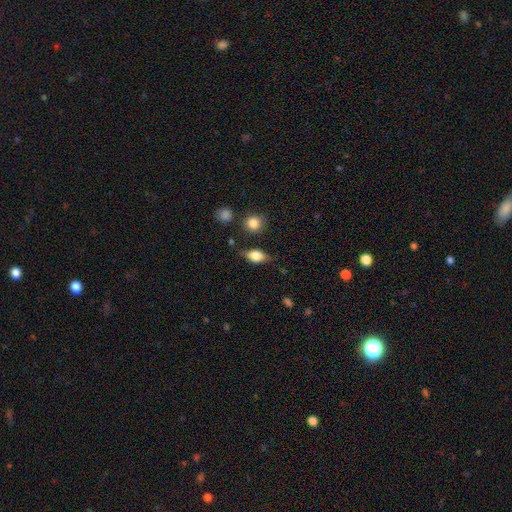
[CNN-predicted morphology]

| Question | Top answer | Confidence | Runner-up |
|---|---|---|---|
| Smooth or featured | smooth | 62% | featured or disk (29%) |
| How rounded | in between | 71% | round (20%) |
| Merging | none | 68% | minor disturbance (22%) |